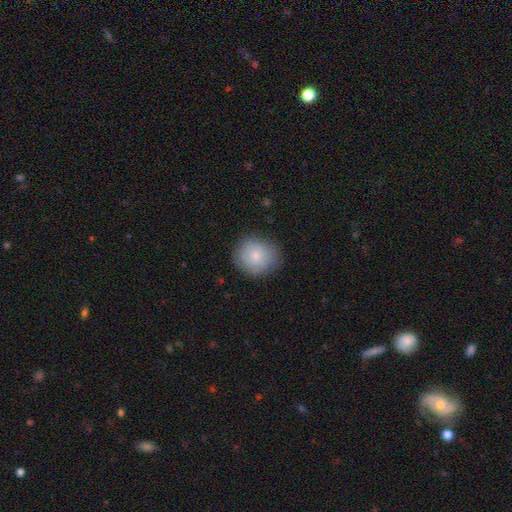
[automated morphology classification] Q: Smooth or featured?
A: smooth (78%); runner-up: featured or disk (14%)
Q: How rounded?
A: round (75%); runner-up: in between (24%)
Q: Merging?
A: none (79%); runner-up: minor disturbance (16%)